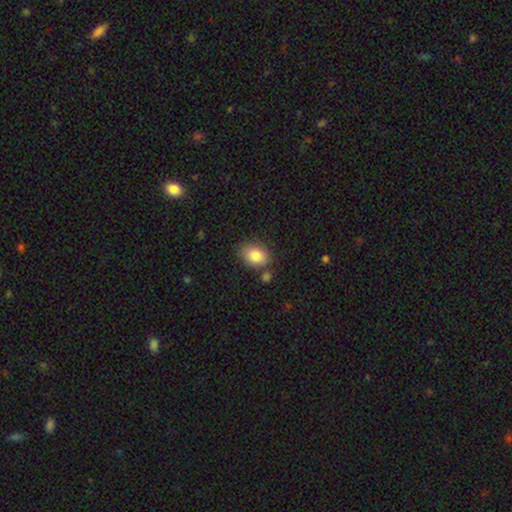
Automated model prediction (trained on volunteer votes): Smooth or featured?
  - smooth: 85% *
  - star or artifact: 8%
  - featured or disk: 7%
How rounded?
  - in between: 71% *
  - round: 28%
  - cigar-shaped: 1%
Merging?
  - none: 73% *
  - minor disturbance: 15%
  - merger: 8%
  - major disturbance: 4%